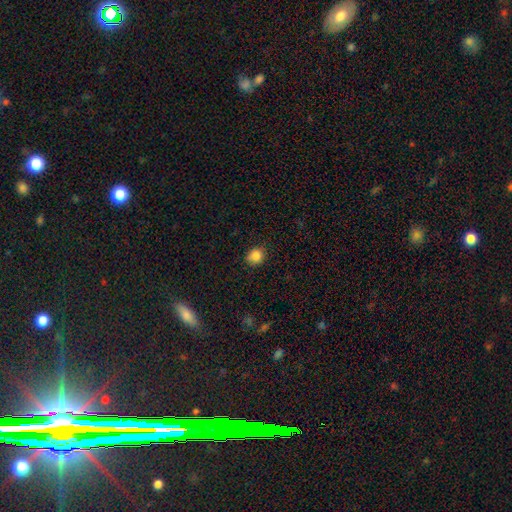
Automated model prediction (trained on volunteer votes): smooth 85%, star or artifact 11%, featured or disk 4%. Down the decision tree: how rounded — round (72%); merging — none (81%).